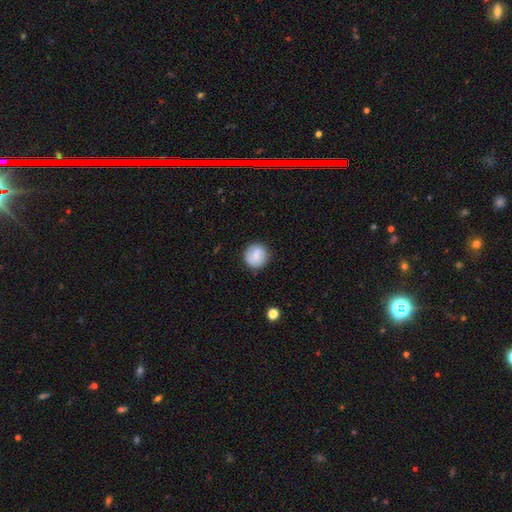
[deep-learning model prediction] Smooth or featured? Predicted: smooth (p=0.77). How rounded? Predicted: round (p=0.93). Merging? Predicted: none (p=0.86).